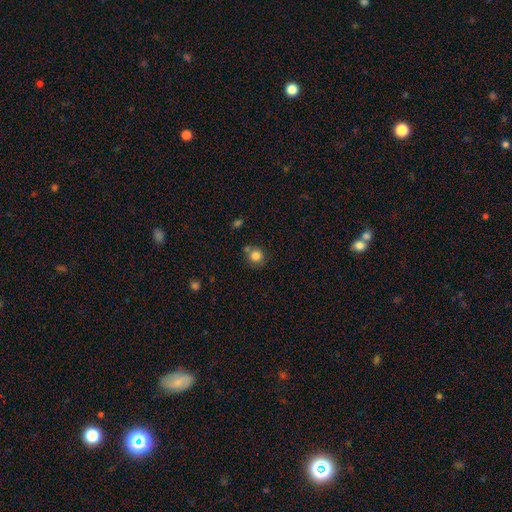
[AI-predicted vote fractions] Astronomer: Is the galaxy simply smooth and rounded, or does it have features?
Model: smooth — 83%.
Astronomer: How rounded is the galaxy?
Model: round — 90%.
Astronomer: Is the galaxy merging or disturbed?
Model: none — 69%.